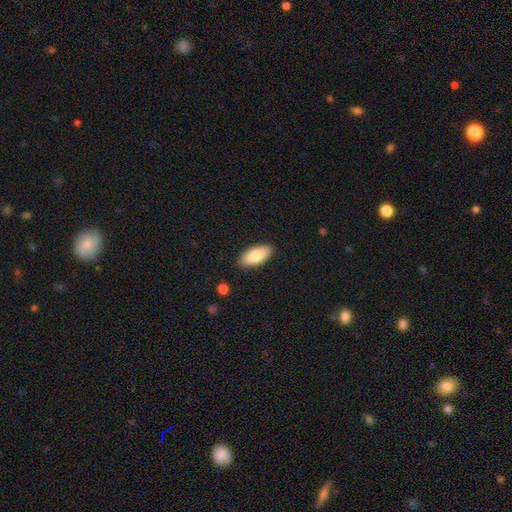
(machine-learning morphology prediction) type=smooth (80%); roundness=in between (89%); merging=none (88%).